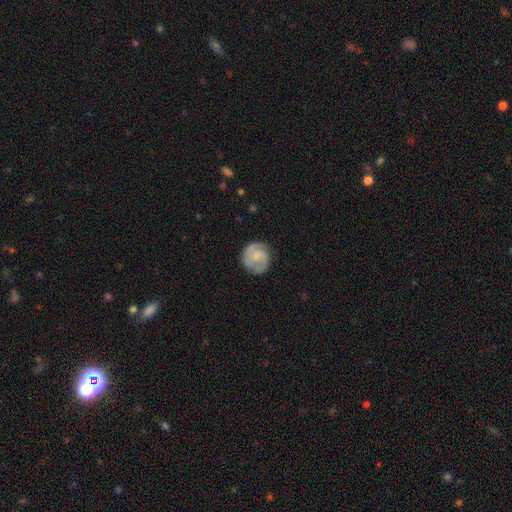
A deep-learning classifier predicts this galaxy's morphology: featured or disk 69%, smooth 25%, star or artifact 6%. Down the decision tree: edge-on disk — no (98%); bar — no (63%); spiral arms — yes (94%); spiral arm count — 2 (67%); spiral winding — tight (45%); bulge size — small (37%, tied with none); merging — none (79%).